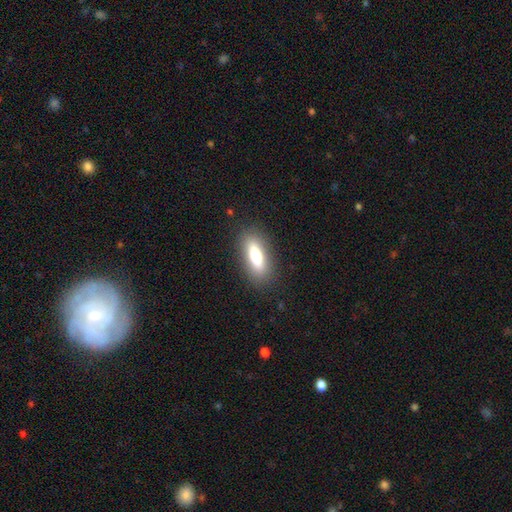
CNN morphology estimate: This appears to be a smooth galaxy with no disk features (70%) that is in between round and cigar-shaped (59%). Merging: none (86%).